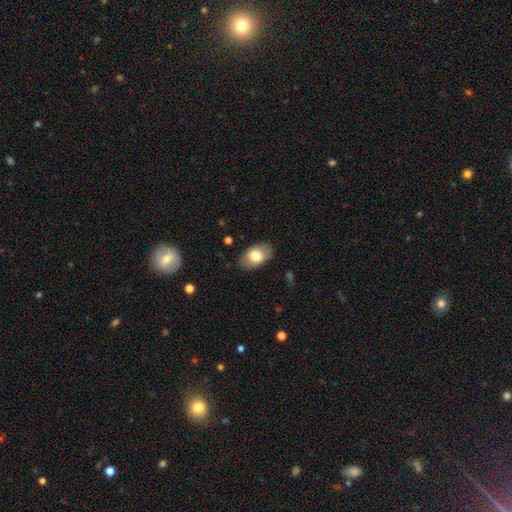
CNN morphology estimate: This is likely a smooth galaxy (74%). How rounded: clearly in between (91%). Merging: clearly none (84%).